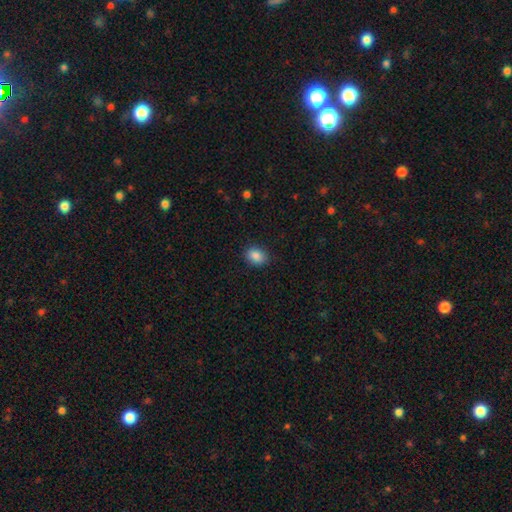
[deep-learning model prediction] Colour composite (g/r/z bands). It shows a smooth galaxy with no disk features (87%) that is in between round and cigar-shaped (62%). Merging: none (86%).